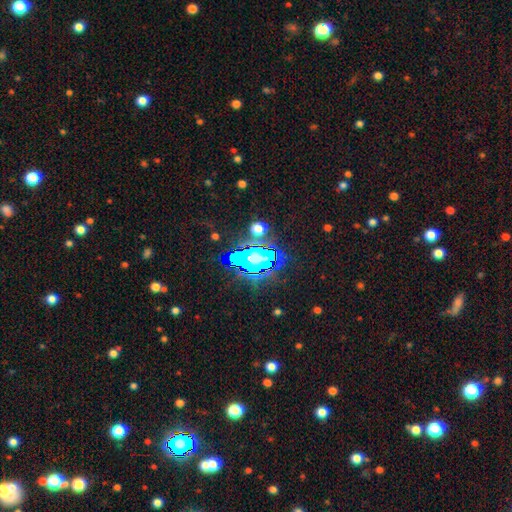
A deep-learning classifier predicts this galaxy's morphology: This is possibly a star or artifact rather than a galaxy (57%).